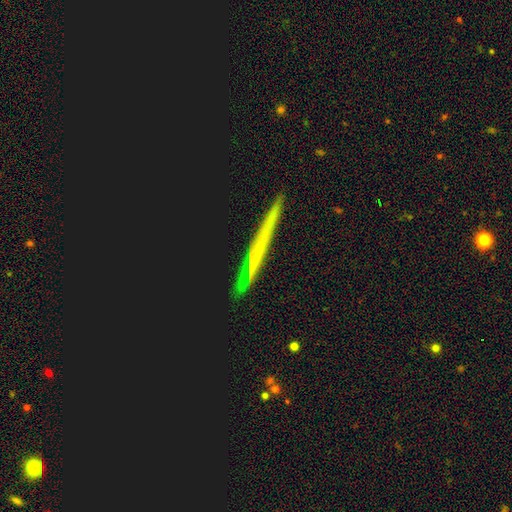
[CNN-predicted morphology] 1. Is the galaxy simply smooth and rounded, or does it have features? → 35% featured or disk, 34% smooth, 30% star or artifact.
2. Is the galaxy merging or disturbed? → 85% none, 11% minor disturbance, 2% major disturbance, 2% merger.